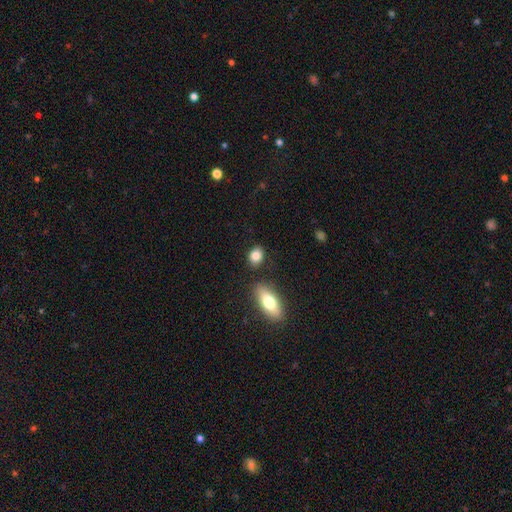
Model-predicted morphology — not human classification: This appears to be a smooth galaxy with no disk features (84%) that is in between round and cigar-shaped (67%). Merging: none (78%).